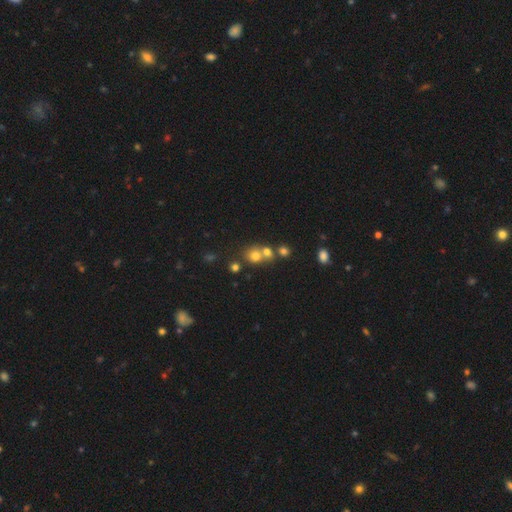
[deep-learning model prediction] smooth 70%, star or artifact 17%, featured or disk 13%. Down the decision tree: how rounded — round (77%); merging — merger (47%).